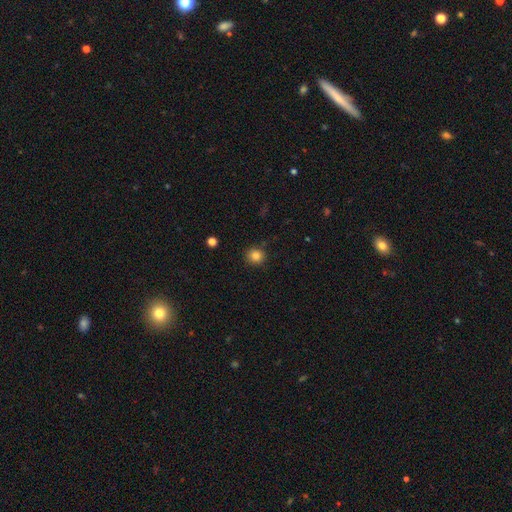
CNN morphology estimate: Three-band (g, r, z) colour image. It shows a smooth galaxy with no disk features (83%) that is round (88%). Merging: none (88%).